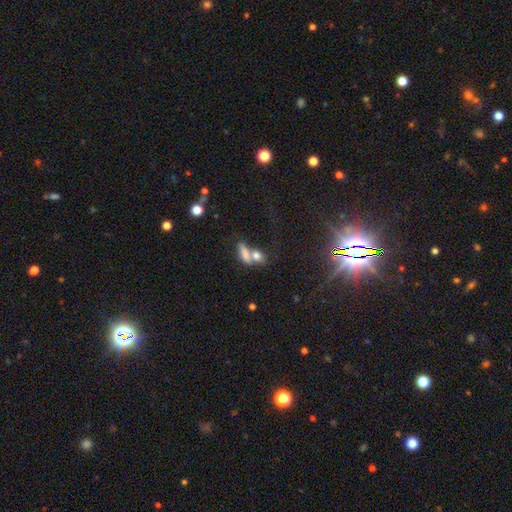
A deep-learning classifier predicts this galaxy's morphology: Q: Smooth or featured?
A: smooth (71%); runner-up: featured or disk (17%)
Q: How rounded?
A: in between (62%); runner-up: cigar-shaped (20%)
Q: Merging?
A: merger (55%); runner-up: none (29%)